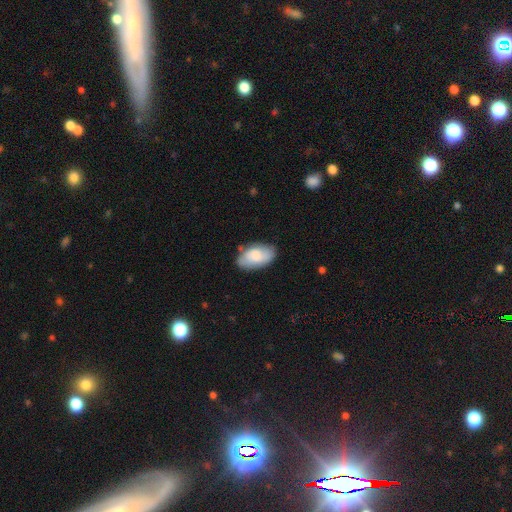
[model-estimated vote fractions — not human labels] smooth_or_featured: smooth (p=0.69) [alt: featured or disk p=0.25]
how_rounded: in between (p=0.95) [alt: round p=0.04]
merging: none (p=0.72) [alt: minor disturbance p=0.21]